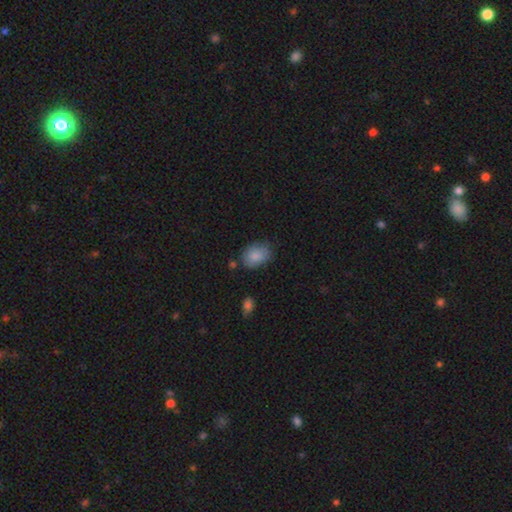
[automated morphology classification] Overall: smooth (86%). How rounded: in between (76%). Merging: none (71%).